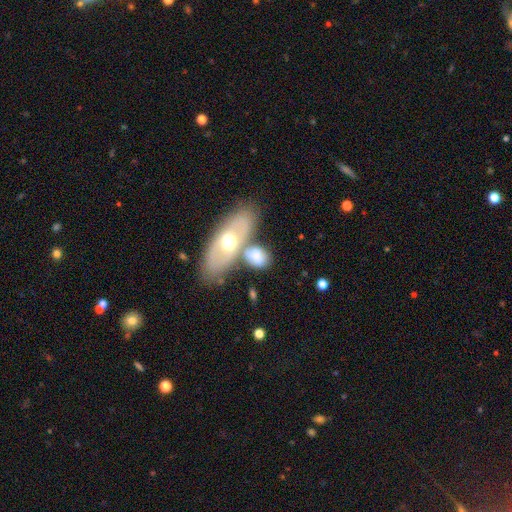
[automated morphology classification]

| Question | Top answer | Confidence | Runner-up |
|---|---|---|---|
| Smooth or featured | smooth | 59% | featured or disk (35%) |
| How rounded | in between | 77% | round (13%) |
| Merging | none | 49% | merger (30%) |